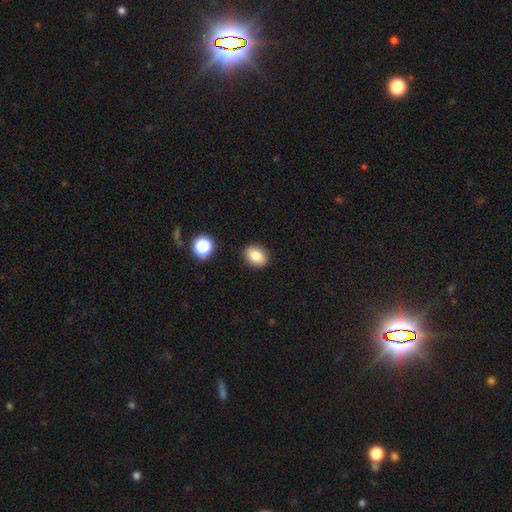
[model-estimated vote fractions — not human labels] The model was most divided on "how rounded": in between: 66%, round: 32%, cigar-shaped: 2%. More confident: merging — none (88%); smooth or featured — smooth (82%).